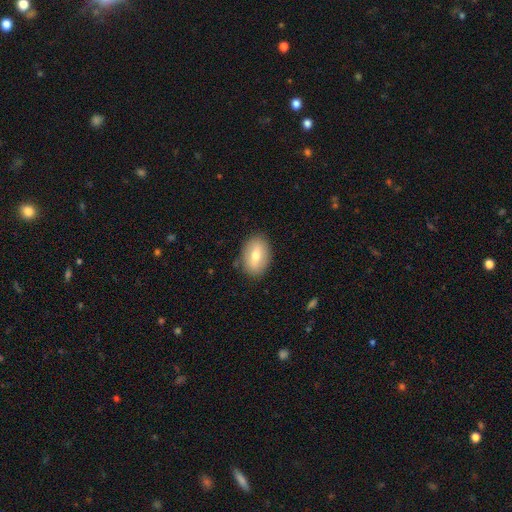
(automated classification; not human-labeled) Smooth or featured? Predicted: smooth (p=0.64). How rounded? Predicted: in between (p=0.84). Merging? Predicted: none (p=0.85).